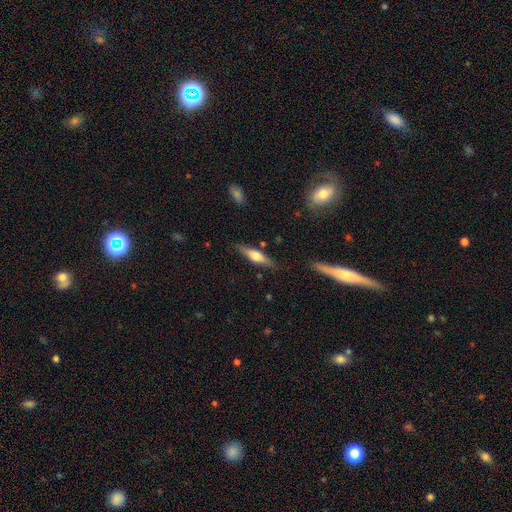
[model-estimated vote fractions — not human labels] Smooth or featured? Predicted: featured or disk (p=0.49). Merging? Predicted: none (p=0.83).